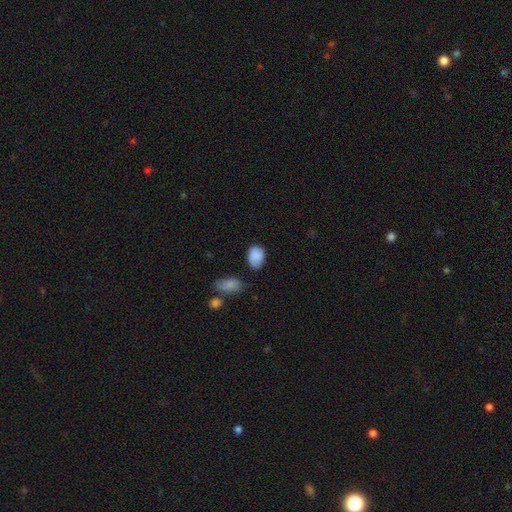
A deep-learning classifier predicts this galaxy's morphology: Smooth or featured? Predicted: smooth (p=0.87). How rounded? Predicted: in between (p=0.82). Merging? Predicted: none (p=0.62).